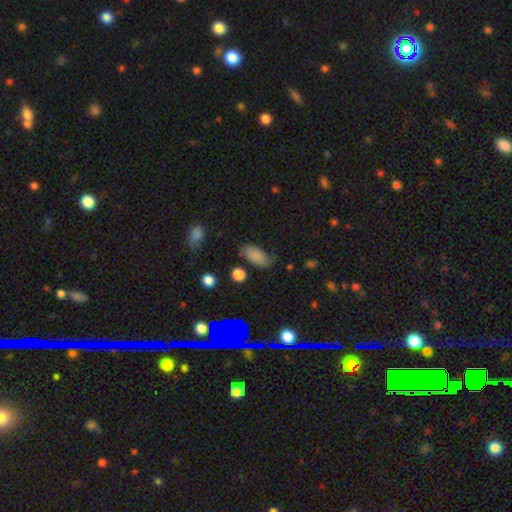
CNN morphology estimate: Smooth or featured? Predicted: smooth (p=0.81). How rounded? Predicted: in between (p=0.92). Merging? Predicted: none (p=0.69).